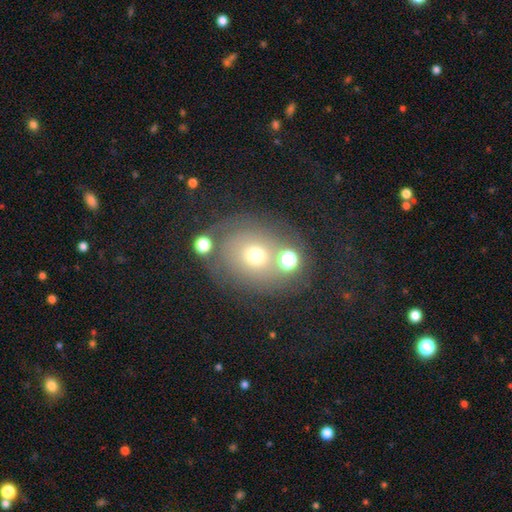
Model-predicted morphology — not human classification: smooth 50%, featured or disk 32%, star or artifact 18%. Down the decision tree: merging — none (60%).